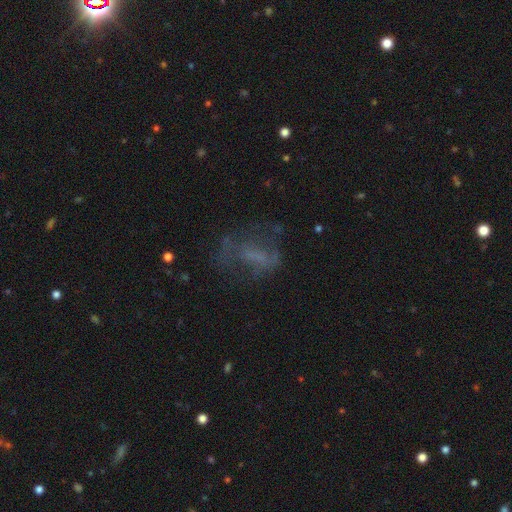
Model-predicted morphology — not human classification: smooth_or_featured: featured or disk (p=0.43) [alt: smooth p=0.33]
merging: none (p=0.46) [alt: major disturbance p=0.32]